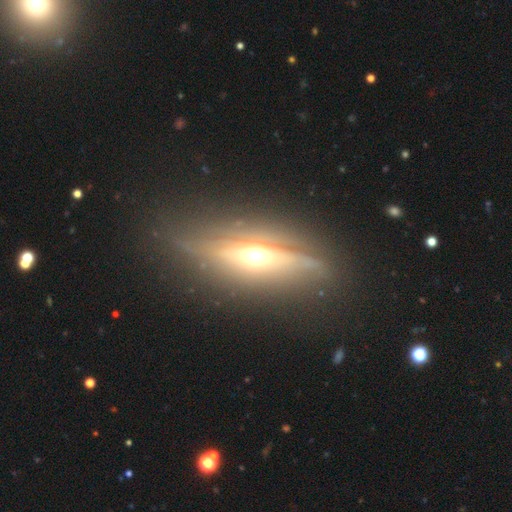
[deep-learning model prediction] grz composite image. It shows a featured or disk galaxy (77%) viewed edge-on (83%) with a rounded central bulge (90%). Merging: none (76%).